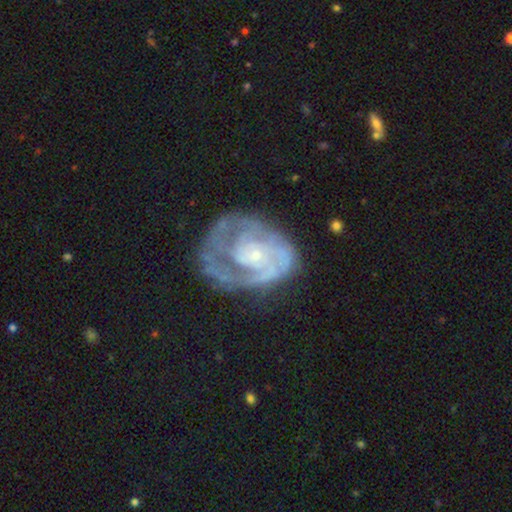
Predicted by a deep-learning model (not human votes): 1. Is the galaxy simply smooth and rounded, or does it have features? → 83% featured or disk, 12% smooth, 6% star or artifact.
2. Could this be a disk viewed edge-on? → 98% no, 2% yes.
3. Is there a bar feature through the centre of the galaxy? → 77% no, 19% weak, 4% strong.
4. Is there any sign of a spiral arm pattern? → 88% yes, 12% no.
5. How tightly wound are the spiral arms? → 58% tight, 31% medium, 11% loose.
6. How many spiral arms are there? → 30% can't tell, 29% 2, 19% 1, 13% 3, 5% 4, 4% more than 4.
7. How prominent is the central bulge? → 77% small, 16% moderate, 4% none, 2% large, 1% dominant.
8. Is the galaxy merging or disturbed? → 49% none, 25% major disturbance, 23% minor disturbance, 3% merger.